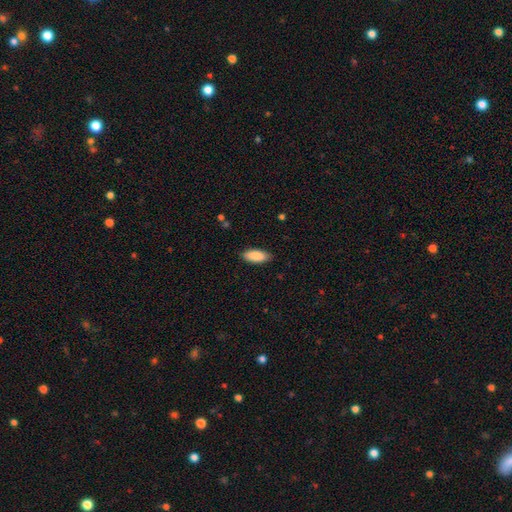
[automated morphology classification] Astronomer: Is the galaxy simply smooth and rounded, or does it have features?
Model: smooth — 88%.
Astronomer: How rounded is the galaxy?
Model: in between — 83%.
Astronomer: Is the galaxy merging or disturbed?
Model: none — 87%.